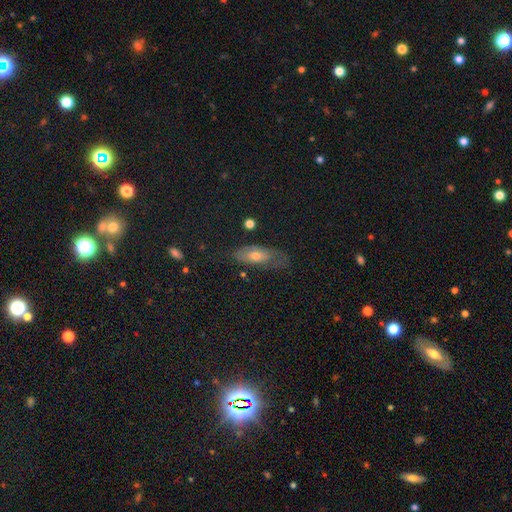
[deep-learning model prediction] This is possibly a smooth galaxy (49%). Merging: possibly none (53%).